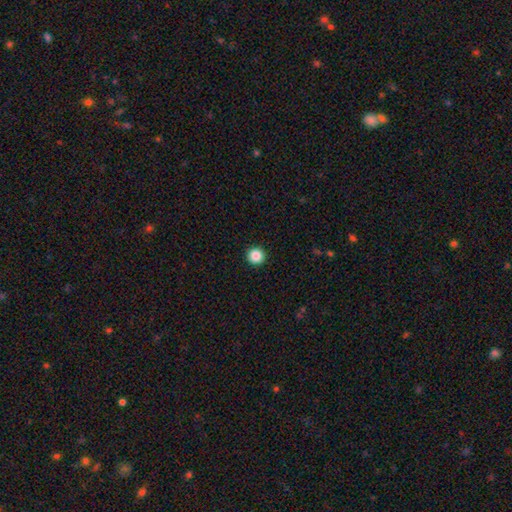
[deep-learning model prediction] Overall: smooth (87%). How rounded: round (96%). Merging: none (94%).